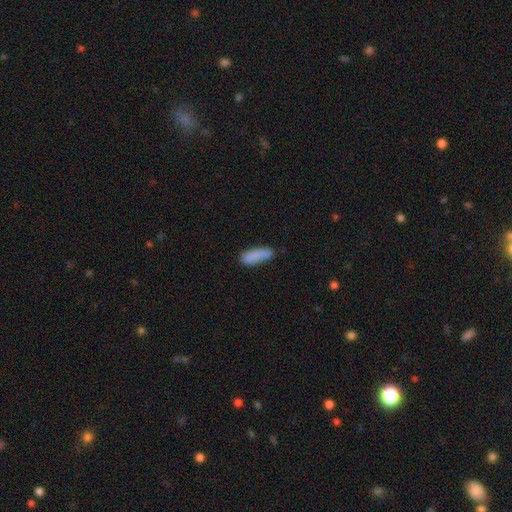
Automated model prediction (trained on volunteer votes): Smooth or featured? smooth (84%)
How rounded? in between (57%)
Merging? none (61%)